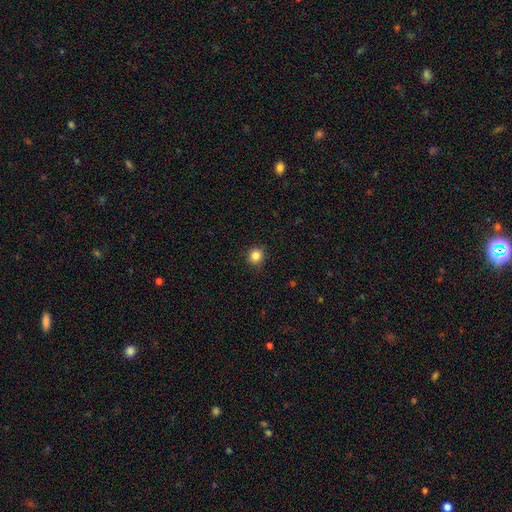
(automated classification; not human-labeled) Overall: smooth (85%). How rounded: round (89%). Merging: none (90%).